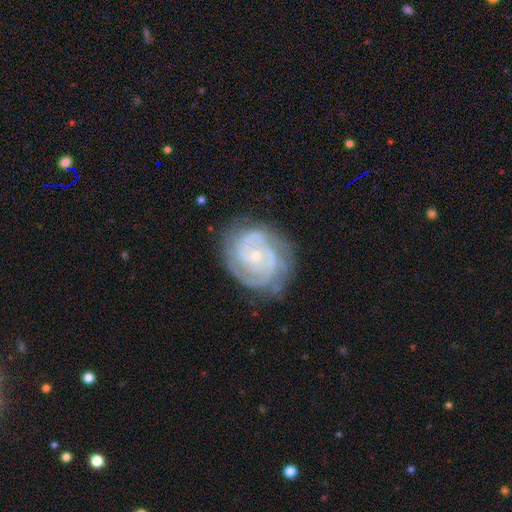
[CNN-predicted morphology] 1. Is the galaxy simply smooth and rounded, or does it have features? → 88% featured or disk, 7% smooth, 6% star or artifact.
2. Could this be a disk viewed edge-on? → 98% no, 2% yes.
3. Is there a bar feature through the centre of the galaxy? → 72% no, 22% weak, 6% strong.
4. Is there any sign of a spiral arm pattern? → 97% yes, 3% no.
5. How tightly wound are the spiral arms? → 71% tight, 25% medium, 4% loose.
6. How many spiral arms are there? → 39% 2, 26% 3, 19% can't tell, 7% 4, 5% 1, 5% more than 4.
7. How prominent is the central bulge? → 77% small, 20% moderate, 2% none, 1% large, 1% dominant.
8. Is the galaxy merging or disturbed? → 74% none, 18% minor disturbance, 7% major disturbance, 1% merger.